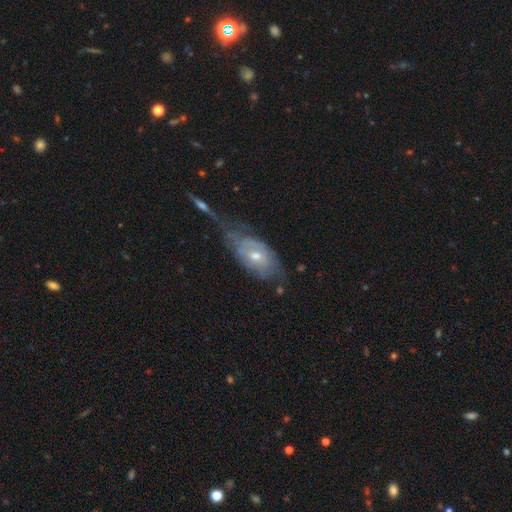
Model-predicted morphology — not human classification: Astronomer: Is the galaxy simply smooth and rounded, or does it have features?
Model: featured or disk — 62%.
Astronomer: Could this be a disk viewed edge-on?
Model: no — 87%.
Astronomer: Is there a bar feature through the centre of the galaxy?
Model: no — 70%.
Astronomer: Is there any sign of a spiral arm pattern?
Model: yes — 60% (runner-up: no, 40%).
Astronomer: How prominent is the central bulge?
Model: moderate — 60%.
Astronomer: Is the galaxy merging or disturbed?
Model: none — 29% (runner-up: major disturbance, 28%).